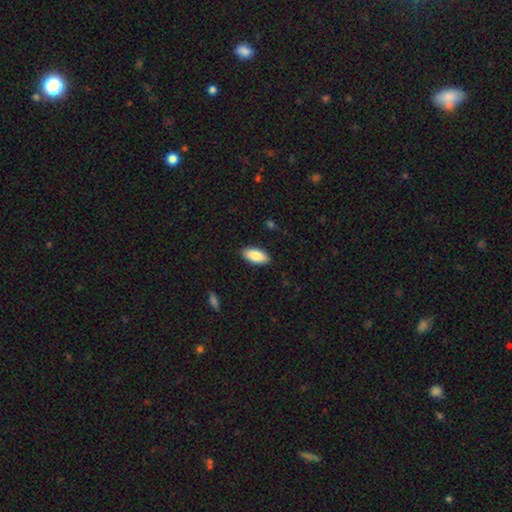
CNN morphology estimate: The model was most divided on "how rounded": in between: 88%, cigar-shaped: 10%, round: 2%. More confident: merging — none (89%); smooth or featured — smooth (87%).